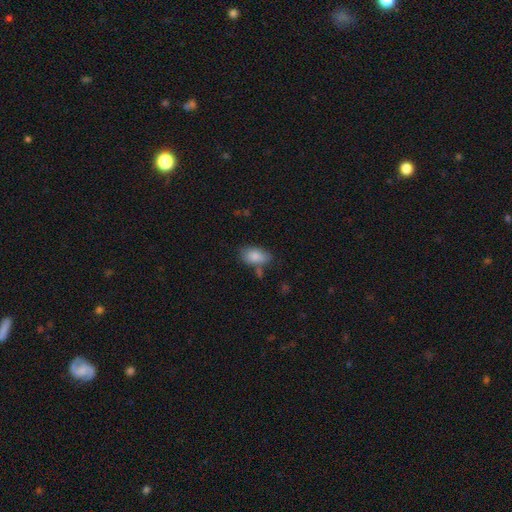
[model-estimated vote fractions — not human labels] smooth-or-featured: smooth: 82% | star or artifact: 10% | featured or disk: 9%
  how-rounded: in between: 90% | round: 7% | cigar-shaped: 3%
  merging: none: 70% | minor disturbance: 18% | merger: 7% | major disturbance: 4%